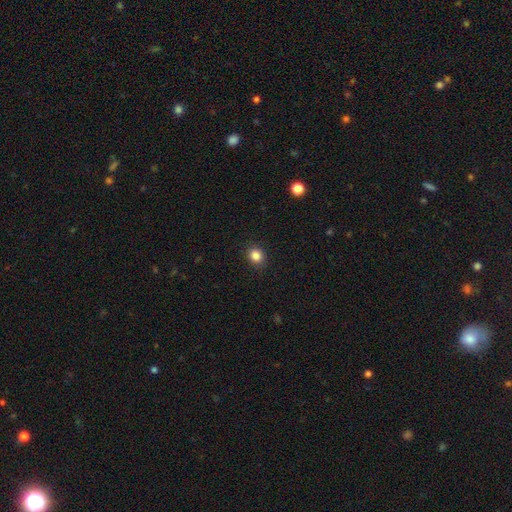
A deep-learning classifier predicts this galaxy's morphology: Smooth or featured: smooth — 85% (star or artifact — 11%)
How rounded: round — 73% (in between — 26%)
Merging: none — 89% (minor disturbance — 8%)